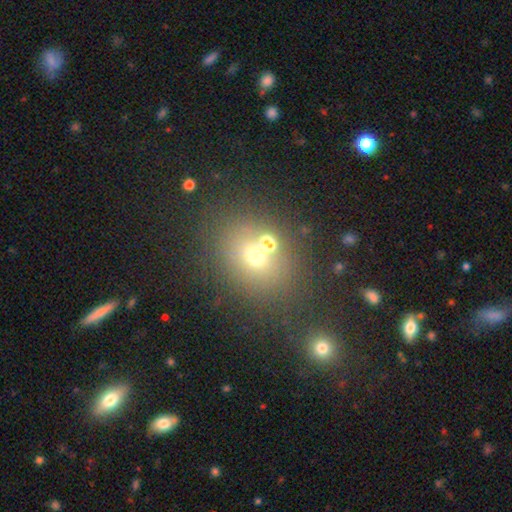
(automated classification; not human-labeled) Smooth or featured?
  - smooth: 62% *
  - star or artifact: 21%
  - featured or disk: 17%
How rounded?
  - round: 60% *
  - in between: 39%
  - cigar-shaped: 1%
Merging?
  - none: 62% *
  - merger: 22%
  - minor disturbance: 11%
  - major disturbance: 5%